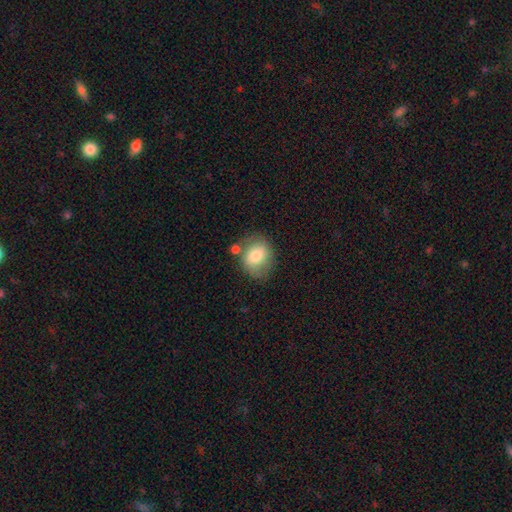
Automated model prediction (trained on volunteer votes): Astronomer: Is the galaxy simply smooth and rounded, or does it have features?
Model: smooth — 75%.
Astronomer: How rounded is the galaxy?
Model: round — 61% (runner-up: in between, 38%).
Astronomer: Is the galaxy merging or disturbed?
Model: none — 61%.